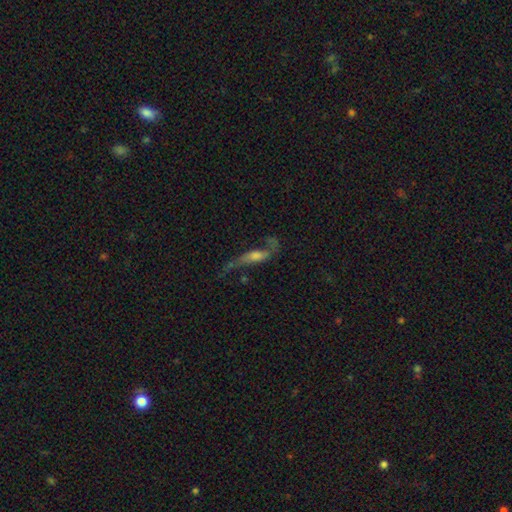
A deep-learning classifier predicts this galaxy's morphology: smooth_or_featured: featured or disk (p=0.60) [alt: smooth p=0.30]
disk_edge_on: no (p=0.67) [alt: yes p=0.33]
merging: major disturbance (p=0.38) [alt: none p=0.33]